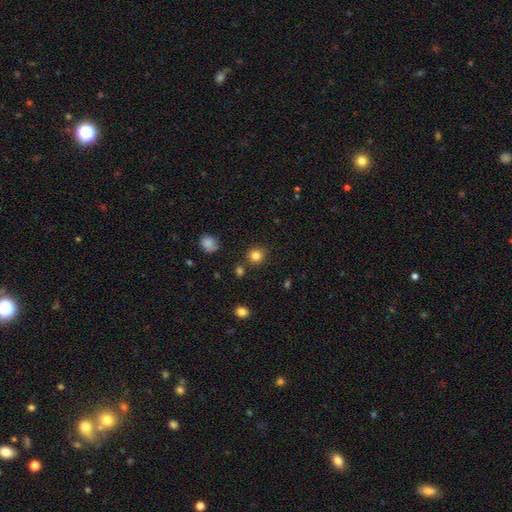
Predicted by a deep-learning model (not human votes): Morphology: type=smooth (83%); roundness=round (90%); merging=none (85%).